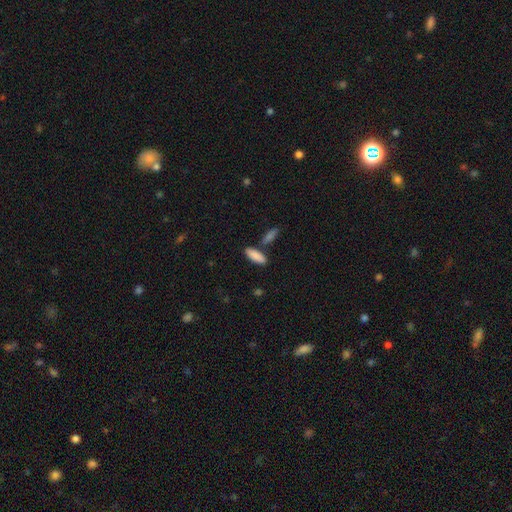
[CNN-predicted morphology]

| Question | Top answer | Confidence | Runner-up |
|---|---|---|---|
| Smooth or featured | smooth | 88% | featured or disk (6%) |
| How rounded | in between | 70% | cigar-shaped (28%) |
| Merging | none | 73% | merger (13%) |